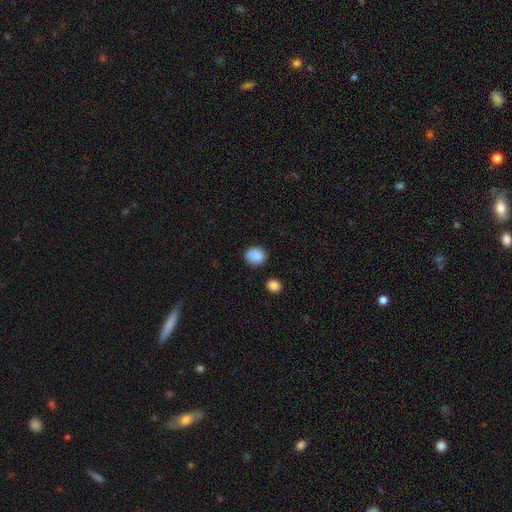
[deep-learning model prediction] smooth_or_featured: smooth (p=0.88) [alt: star or artifact p=0.08]
how_rounded: round (p=0.69) [alt: in between p=0.30]
merging: none (p=0.79) [alt: minor disturbance p=0.14]